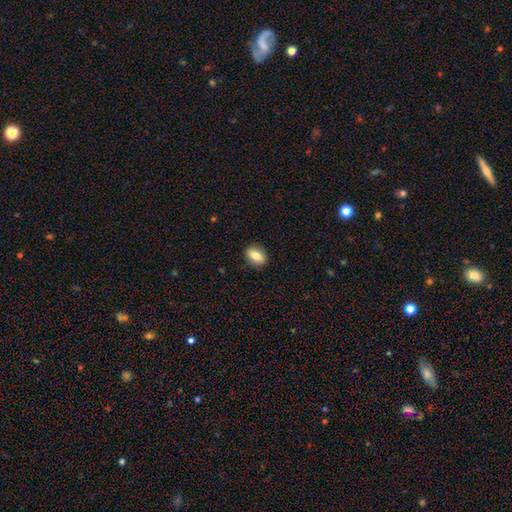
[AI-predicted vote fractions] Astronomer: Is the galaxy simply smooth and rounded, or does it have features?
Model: smooth — 80%.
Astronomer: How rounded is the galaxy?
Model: in between — 77%.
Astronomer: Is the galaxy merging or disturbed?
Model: none — 88%.